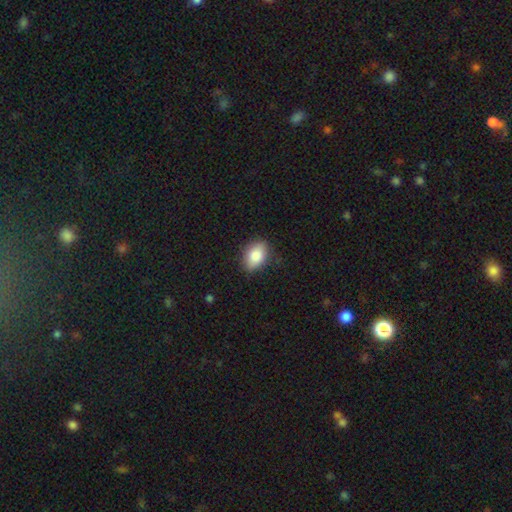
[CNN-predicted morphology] The model was most divided on "merging": none: 81%, minor disturbance: 15%, major disturbance: 3%, merger: 1%. More confident: how rounded — in between (84%); smooth or featured — smooth (83%).